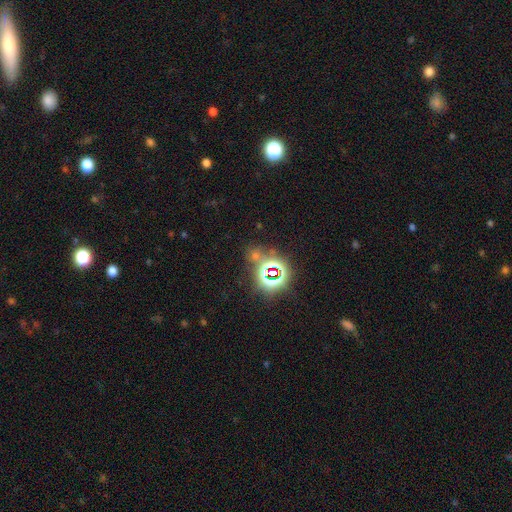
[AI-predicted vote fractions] A star or artifact, not a galaxy (66%).

Vote fractions:
- Smooth or featured? star or artifact: 66% / smooth: 26% / featured or disk: 8%